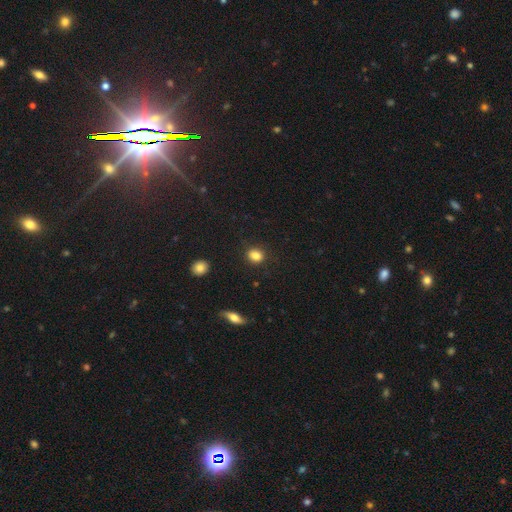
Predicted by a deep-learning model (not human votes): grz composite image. It shows a smooth galaxy with no disk features (85%) that is round (58%). Merging: none (86%).